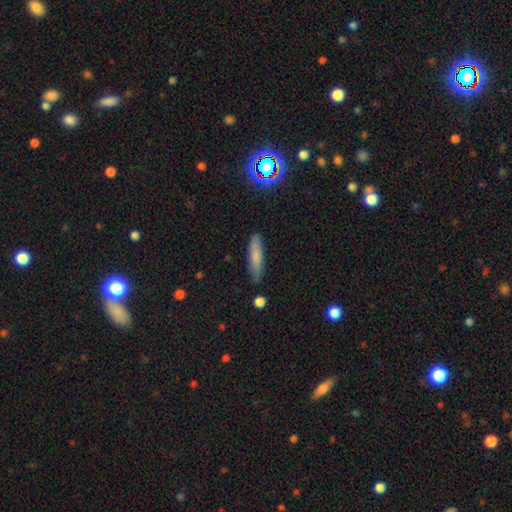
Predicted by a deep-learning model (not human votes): Smooth or featured: smooth — 73% (featured or disk — 18%)
How rounded: cigar-shaped — 82% (in between — 16%)
Merging: none — 84% (minor disturbance — 12%)